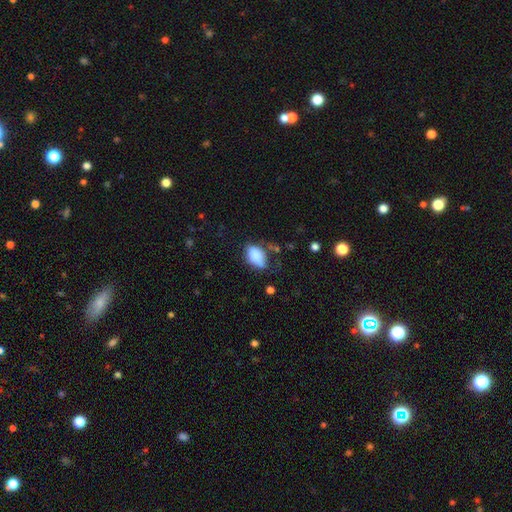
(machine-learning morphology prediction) smooth_or_featured: smooth (p=0.83) [alt: featured or disk p=0.09]
how_rounded: in between (p=0.83) [alt: round p=0.16]
merging: none (p=0.49) [alt: minor disturbance p=0.32]